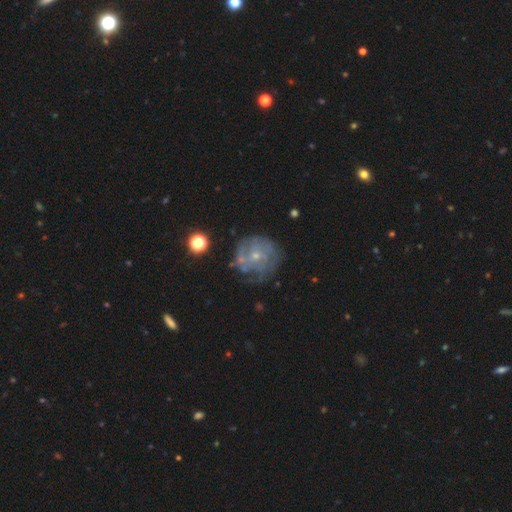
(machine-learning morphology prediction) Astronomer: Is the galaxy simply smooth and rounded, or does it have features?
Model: featured or disk — 68%.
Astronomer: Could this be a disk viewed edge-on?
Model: no — 97%.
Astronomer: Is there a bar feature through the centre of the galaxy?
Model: no — 78%.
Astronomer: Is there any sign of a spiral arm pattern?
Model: yes — 72%.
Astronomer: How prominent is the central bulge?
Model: small — 72%.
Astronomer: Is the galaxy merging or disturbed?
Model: none — 60%.